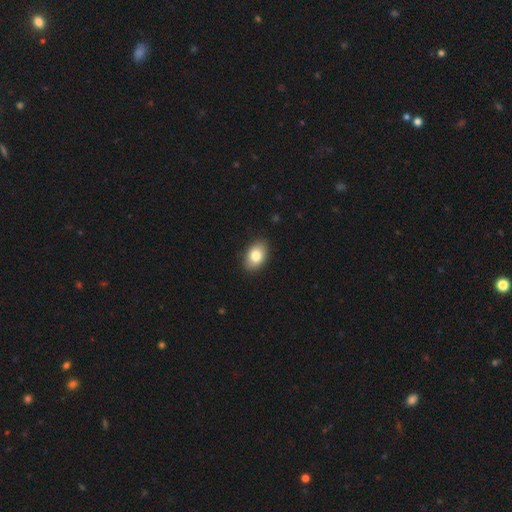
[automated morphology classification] Smooth or featured: smooth — 82% (featured or disk — 10%)
How rounded: in between — 87% (round — 12%)
Merging: none — 89% (minor disturbance — 8%)